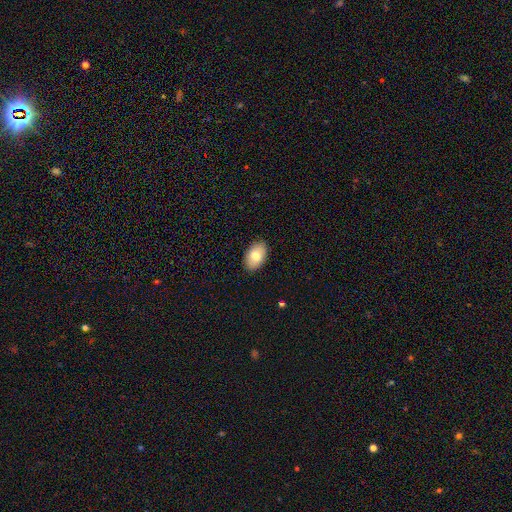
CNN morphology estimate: Smooth or featured? Predicted: smooth (p=0.77). How rounded? Predicted: in between (p=0.92). Merging? Predicted: none (p=0.89).